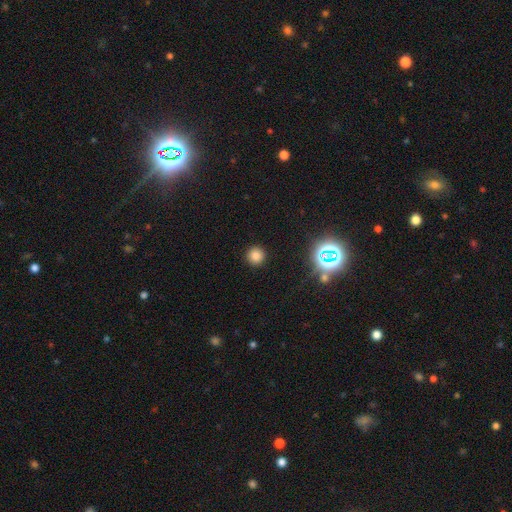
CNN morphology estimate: smooth-or-featured: smooth: 79% | star or artifact: 16% | featured or disk: 4%
  how-rounded: round: 95% | in between: 4% | cigar-shaped: 1%
  merging: none: 92% | minor disturbance: 5% | major disturbance: 2% | merger: 1%